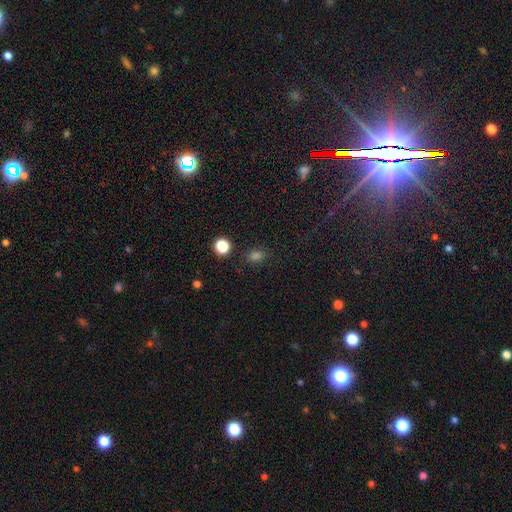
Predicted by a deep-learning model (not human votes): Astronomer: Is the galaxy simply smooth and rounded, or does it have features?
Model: smooth — 73%.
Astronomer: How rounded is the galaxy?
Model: in between — 58% (runner-up: round, 41%).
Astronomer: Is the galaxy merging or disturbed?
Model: none — 82%.